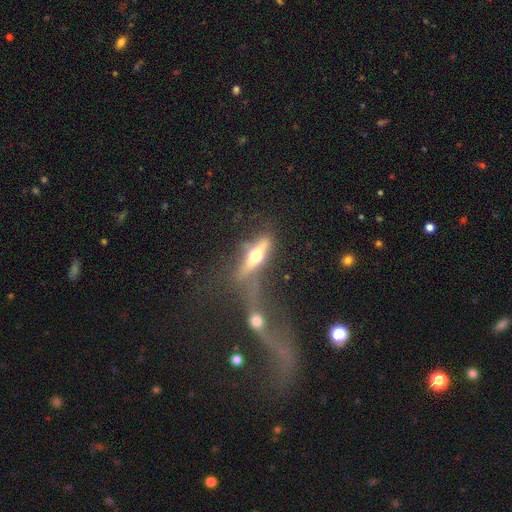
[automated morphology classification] smooth-or-featured: featured or disk: 59% | smooth: 33% | star or artifact: 8%
  disk-edge-on: yes: 84% | no: 16%
  merging: none: 40% | merger: 24% | major disturbance: 20% | minor disturbance: 16%